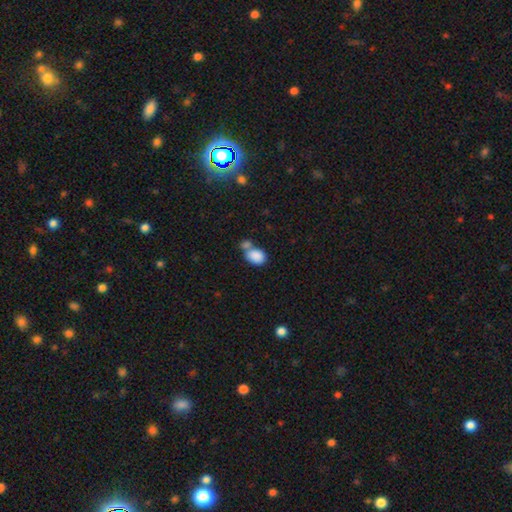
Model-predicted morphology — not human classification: Overall: smooth (86%). How rounded: in between (74%). Merging: merger (45%; none 37%).